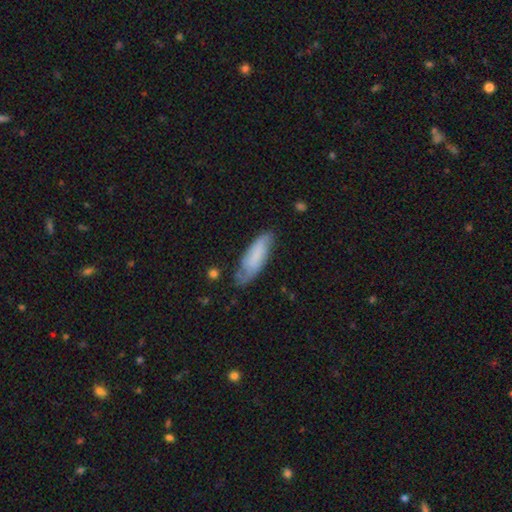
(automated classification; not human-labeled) smooth 63%, featured or disk 30%, star or artifact 7%. Down the decision tree: how rounded — in between (56%); merging — none (65%).